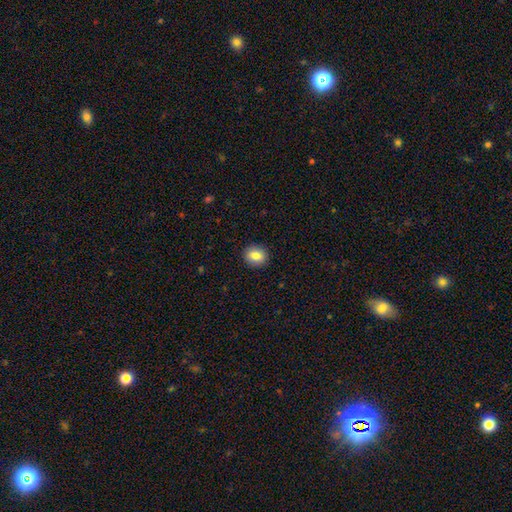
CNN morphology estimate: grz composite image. It shows a smooth galaxy with no disk features (82%) that is round (76%). Merging: none (91%).